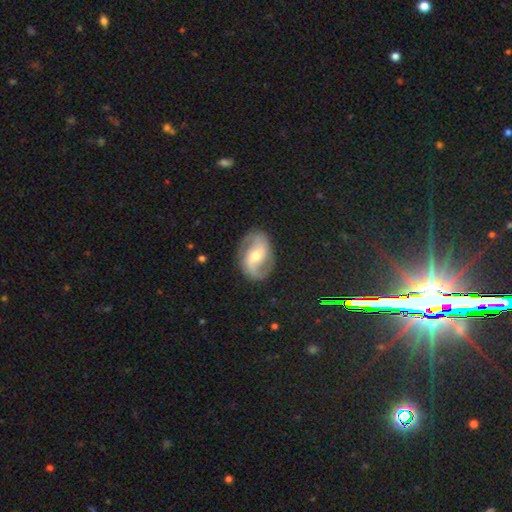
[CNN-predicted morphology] smooth_or_featured: featured or disk (p=0.85) [alt: smooth p=0.10]
disk_edge_on: no (p=0.97) [alt: yes p=0.03]
bar: weak (p=0.41) [alt: no p=0.33]
has_spiral_arms: yes (p=0.94) [alt: no p=0.06]
spiral_winding: medium (p=0.48) [alt: loose p=0.32]
spiral_arm_count: 2 (p=0.92) [alt: can't tell p=0.03]
bulge_size: moderate (p=0.62) [alt: small p=0.31]
merging: none (p=0.84) [alt: minor disturbance p=0.11]